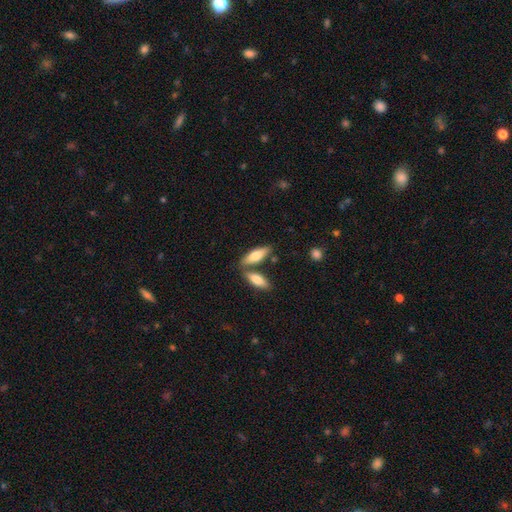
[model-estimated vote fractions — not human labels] A smooth galaxy with no disk features (74%) that is in between round and cigar-shaped (60%).

Vote fractions:
- Smooth or featured? smooth: 74% / featured or disk: 21% / star or artifact: 5%
- How rounded? in between: 60% / cigar-shaped: 38% / round: 2%
- Merging? none: 58% / merger: 28% / minor disturbance: 11% / major disturbance: 3%